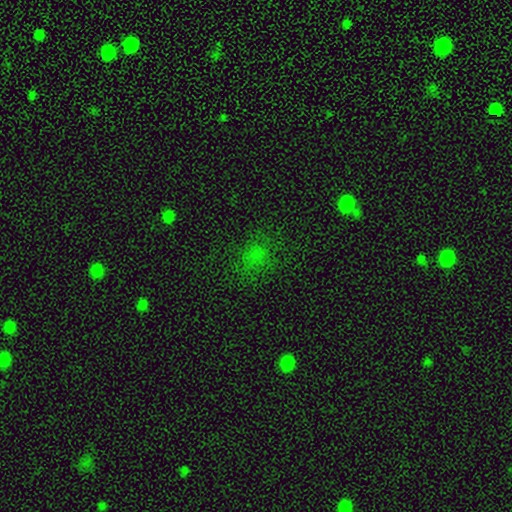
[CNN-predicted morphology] type=smooth (59%); roundness=round (62%); merging=none (73%).